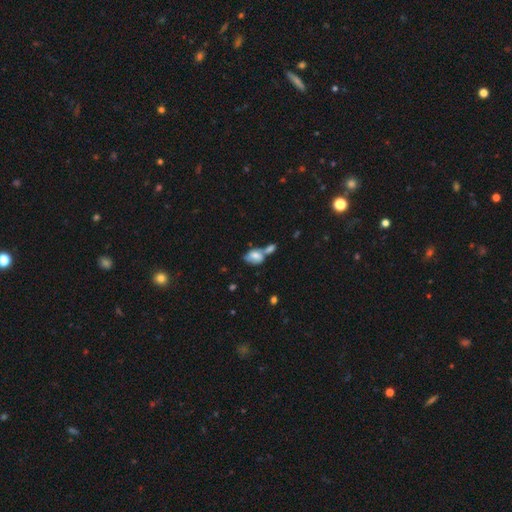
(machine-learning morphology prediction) type=smooth (64%); roundness=in between (81%); merging=merger (53%).